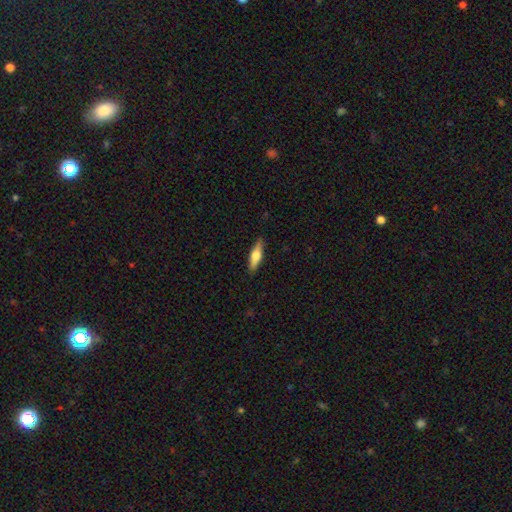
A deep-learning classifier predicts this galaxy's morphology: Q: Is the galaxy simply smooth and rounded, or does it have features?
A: smooth — 56%.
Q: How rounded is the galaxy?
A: cigar-shaped — 61%.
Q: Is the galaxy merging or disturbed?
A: none — 89%.